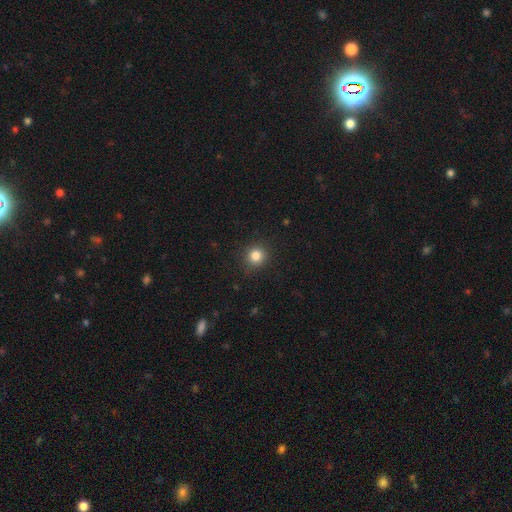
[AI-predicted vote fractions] smooth 84%, star or artifact 12%, featured or disk 5%. Down the decision tree: how rounded — round (91%); merging — none (90%).